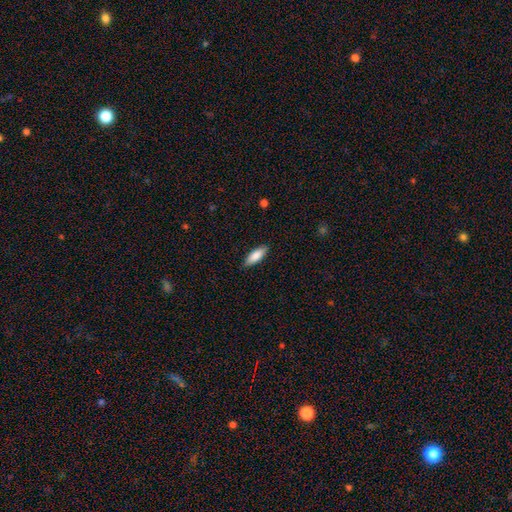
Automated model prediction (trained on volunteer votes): Smooth or featured: smooth — 84% (featured or disk — 10%)
How rounded: in between — 63% (cigar-shaped — 36%)
Merging: none — 87% (minor disturbance — 10%)